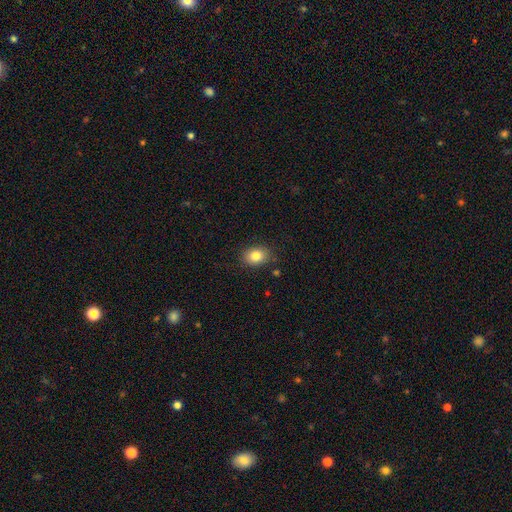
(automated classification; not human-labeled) Smooth or featured? smooth (83%)
How rounded? in between (58%)
Merging? none (85%)